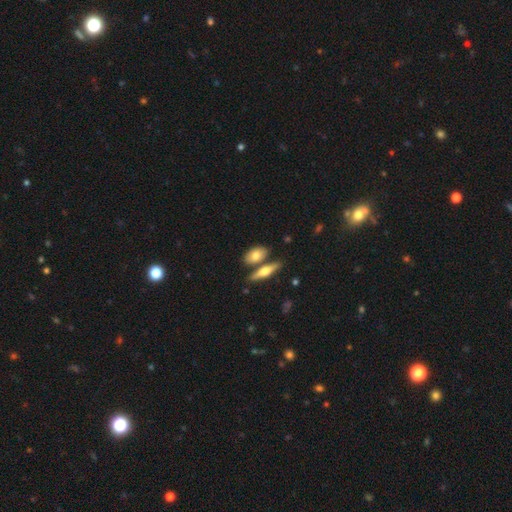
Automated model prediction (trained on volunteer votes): smooth-or-featured: smooth: 71% | featured or disk: 23% | star or artifact: 6%
  how-rounded: in between: 80% | cigar-shaped: 13% | round: 7%
  merging: none: 62% | merger: 22% | minor disturbance: 12% | major disturbance: 3%